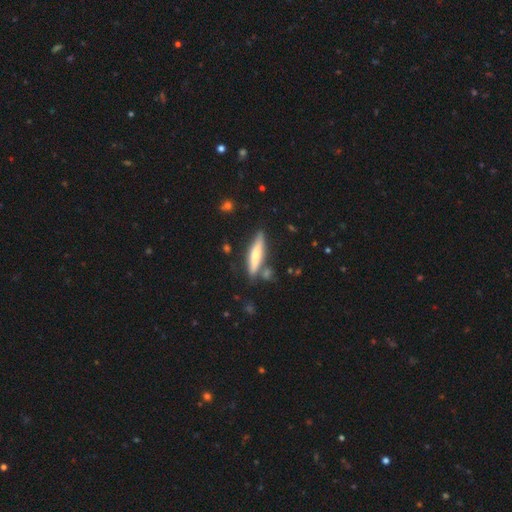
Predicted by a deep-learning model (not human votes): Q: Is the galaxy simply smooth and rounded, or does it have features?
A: smooth — 54%.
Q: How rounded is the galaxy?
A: cigar-shaped — 83%.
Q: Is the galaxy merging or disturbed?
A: none — 77%.